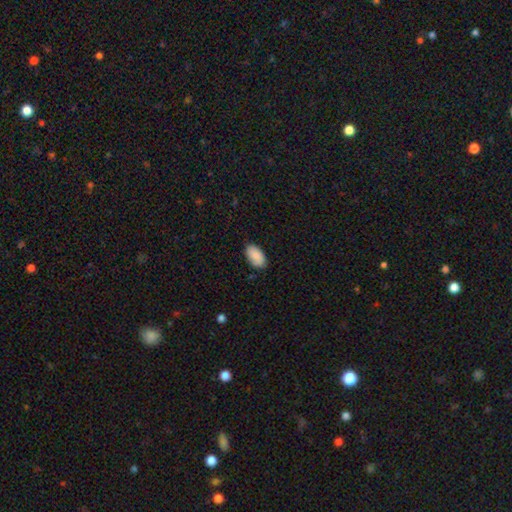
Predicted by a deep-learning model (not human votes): This appears to be a smooth galaxy with no disk features (90%) that is in between round and cigar-shaped (95%). Merging: none (85%).